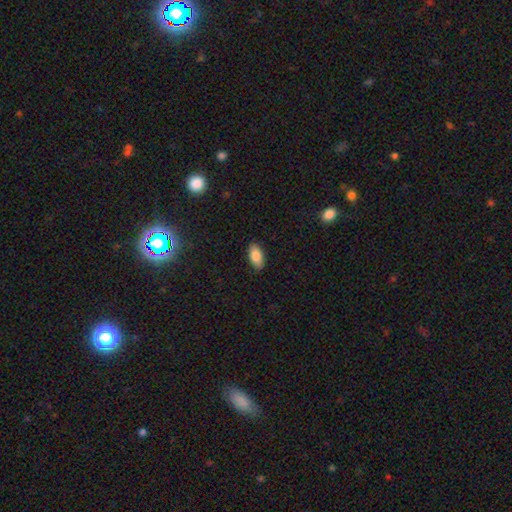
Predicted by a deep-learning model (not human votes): The model was most divided on "smooth or featured": smooth: 84%, featured or disk: 9%, star or artifact: 7%. More confident: how rounded — in between (91%); merging — none (88%).